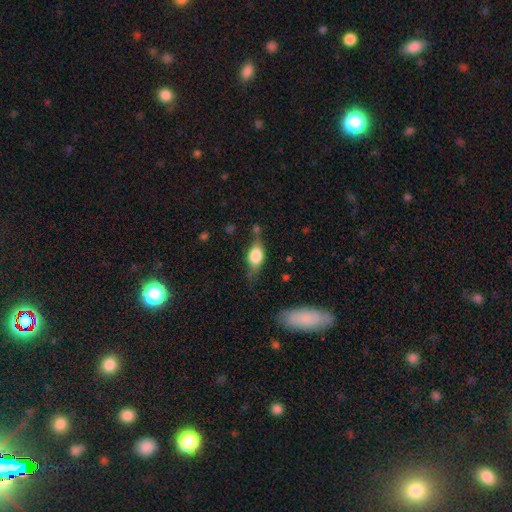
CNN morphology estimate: smooth-or-featured: smooth: 60% | featured or disk: 32% | star or artifact: 8%
  how-rounded: in between: 78% | round: 13% | cigar-shaped: 9%
  merging: none: 58% | minor disturbance: 27% | major disturbance: 11% | merger: 5%